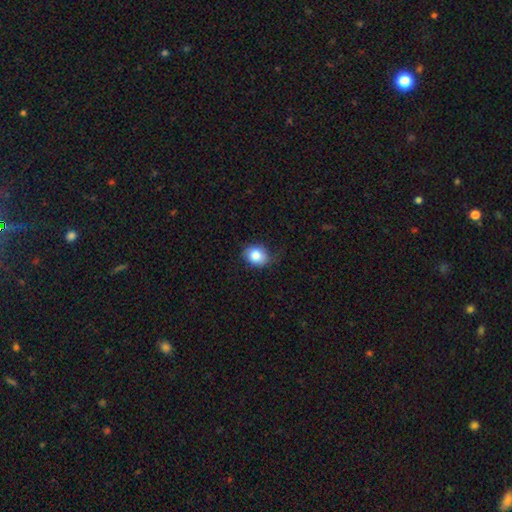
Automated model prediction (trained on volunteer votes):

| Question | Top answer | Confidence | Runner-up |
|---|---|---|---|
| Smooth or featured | smooth | 84% | star or artifact (8%) |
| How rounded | in between | 51% | round (48%) |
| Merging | none | 70% | minor disturbance (24%) |